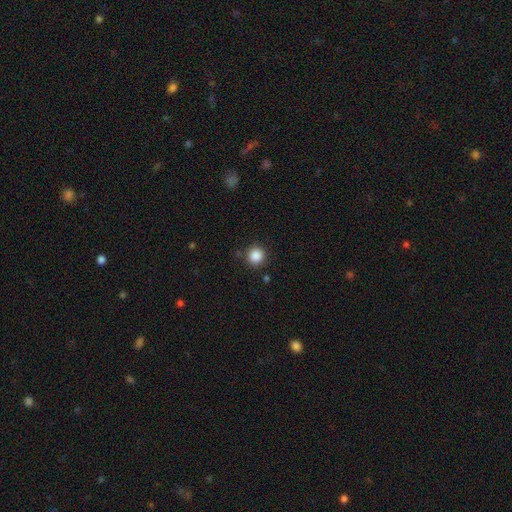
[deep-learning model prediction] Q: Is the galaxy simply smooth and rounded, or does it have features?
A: smooth — 87%.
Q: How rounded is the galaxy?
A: round — 92%.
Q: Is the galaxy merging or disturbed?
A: none — 86%.